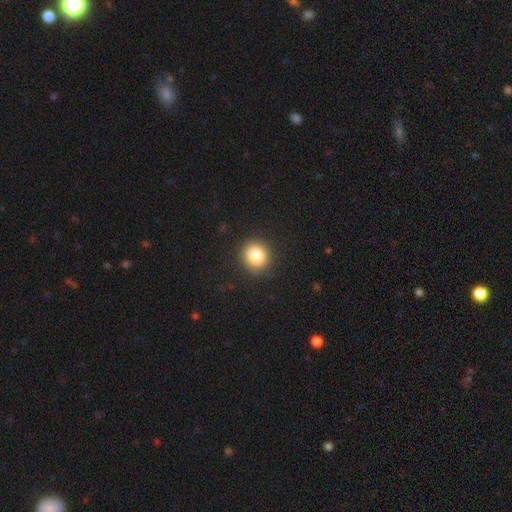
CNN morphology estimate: This is clearly a smooth galaxy (84%). How rounded: clearly round (88%). Merging: clearly none (90%).